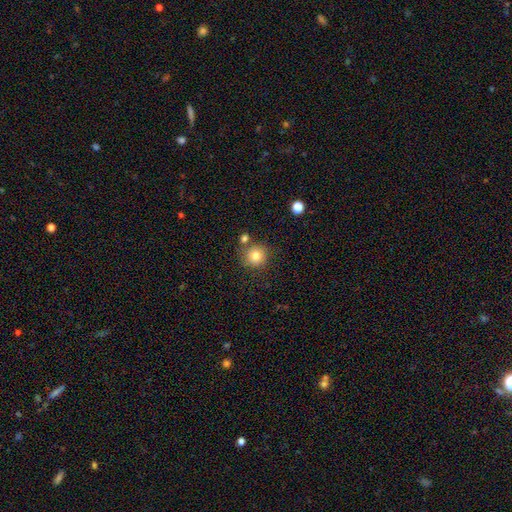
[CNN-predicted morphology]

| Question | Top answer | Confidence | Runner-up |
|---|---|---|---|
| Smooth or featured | smooth | 81% | star or artifact (11%) |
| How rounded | round | 91% | in between (8%) |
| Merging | none | 74% | merger (13%) |